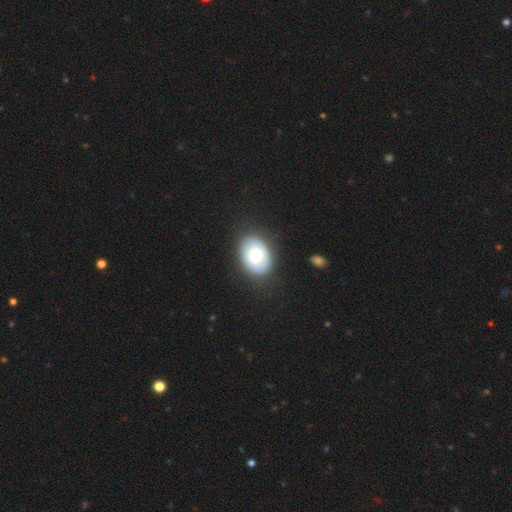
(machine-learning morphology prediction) This is possibly a smooth galaxy (57%). How rounded: likely in between (72%). Merging: clearly none (83%).